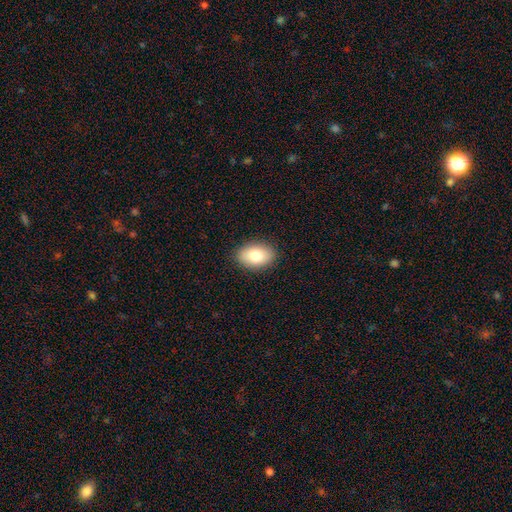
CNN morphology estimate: The model was most divided on "smooth or featured": smooth: 80%, featured or disk: 13%, star or artifact: 8%. More confident: merging — none (89%); how rounded — in between (86%).